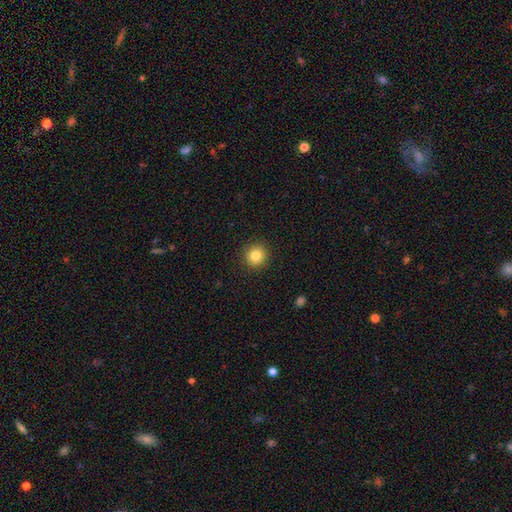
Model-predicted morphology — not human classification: A smooth galaxy with no disk features (83%) that is round (95%).

Vote fractions:
- Smooth or featured? smooth: 83% / star or artifact: 11% / featured or disk: 6%
- How rounded? round: 95% / in between: 4% / cigar-shaped: 1%
- Merging? none: 92% / minor disturbance: 5% / major disturbance: 2% / merger: 1%